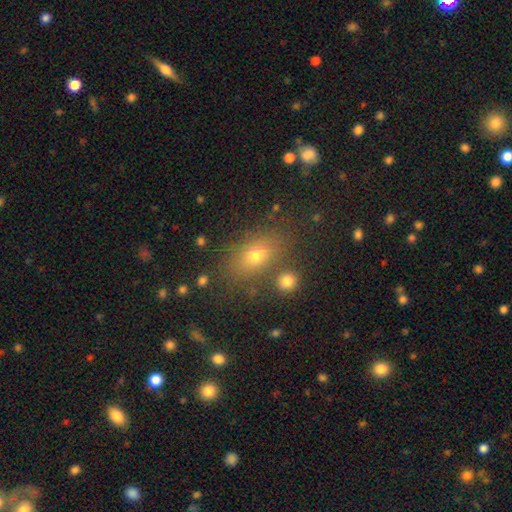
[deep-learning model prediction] A smooth galaxy with no disk features (69%) that is in between round and cigar-shaped (75%). Merging: none (77%).